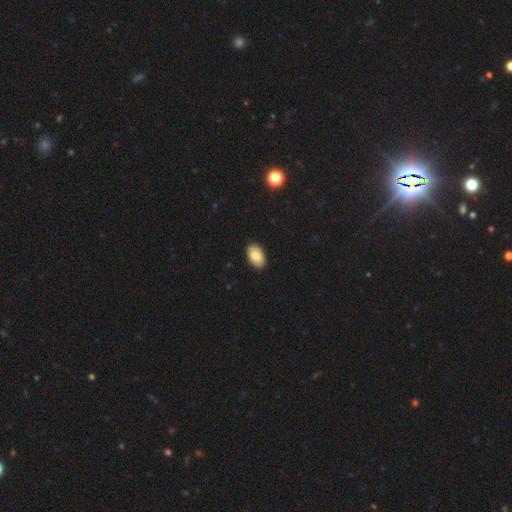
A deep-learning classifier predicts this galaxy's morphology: Smooth or featured? Predicted: smooth (p=0.85). How rounded? Predicted: in between (p=0.94). Merging? Predicted: none (p=0.90).